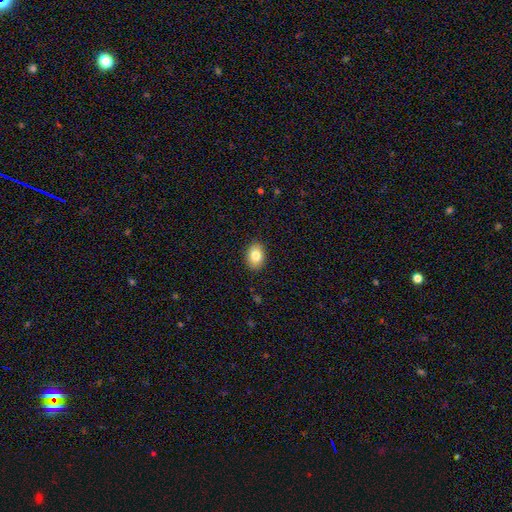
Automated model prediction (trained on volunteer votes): Smooth or featured?
  - smooth: 82% *
  - featured or disk: 9%
  - star or artifact: 8%
How rounded?
  - in between: 78% *
  - round: 21%
  - cigar-shaped: 1%
Merging?
  - none: 89% *
  - minor disturbance: 8%
  - major disturbance: 2%
  - merger: 1%